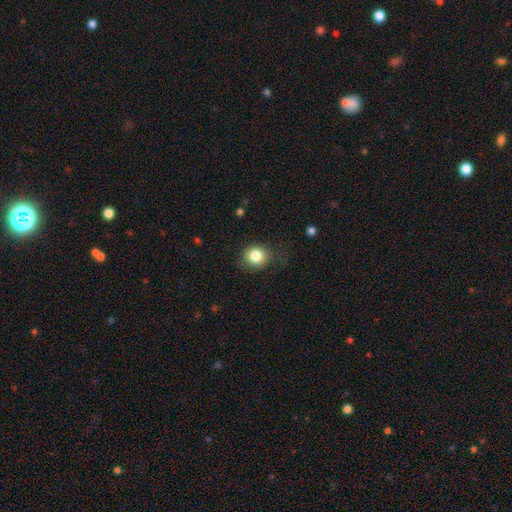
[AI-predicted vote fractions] Smooth or featured? Predicted: smooth (p=0.82). How rounded? Predicted: round (p=0.79). Merging? Predicted: none (p=0.76).